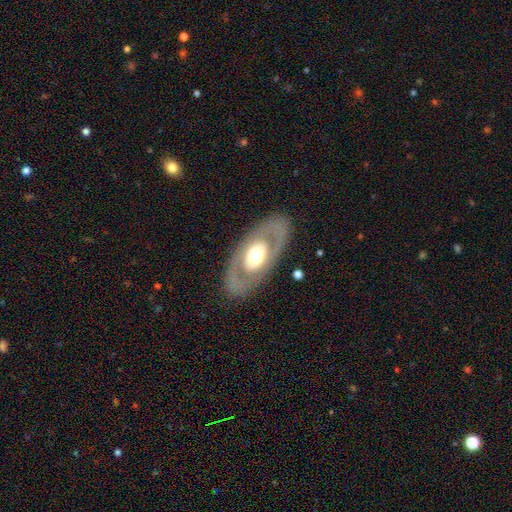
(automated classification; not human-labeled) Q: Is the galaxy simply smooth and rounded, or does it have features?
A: featured or disk — 64%.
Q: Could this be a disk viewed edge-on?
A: no — 88%.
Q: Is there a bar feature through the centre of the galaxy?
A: no — 84%.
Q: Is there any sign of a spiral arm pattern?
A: no — 83%.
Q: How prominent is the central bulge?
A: moderate — 55%.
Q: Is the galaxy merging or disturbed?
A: none — 83%.